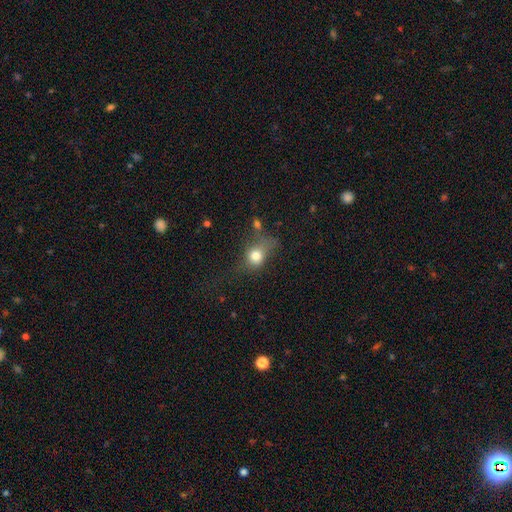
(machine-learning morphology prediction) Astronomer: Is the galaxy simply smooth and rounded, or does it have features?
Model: smooth — 76%.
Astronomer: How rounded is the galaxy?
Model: round — 55% (runner-up: in between, 42%).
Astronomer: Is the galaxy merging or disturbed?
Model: none — 35% (runner-up: major disturbance, 30%).